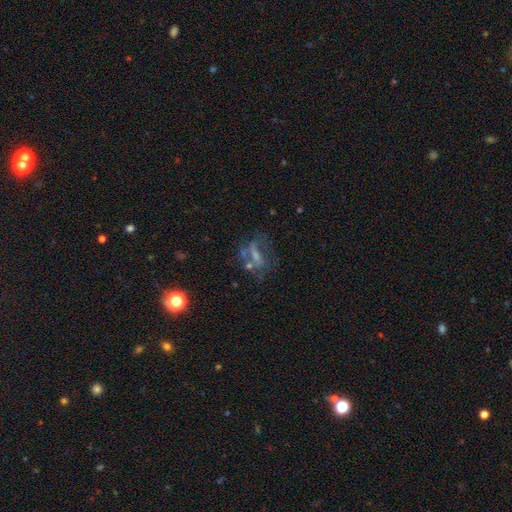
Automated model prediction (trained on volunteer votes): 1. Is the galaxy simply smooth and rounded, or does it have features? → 49% featured or disk, 29% star or artifact, 23% smooth.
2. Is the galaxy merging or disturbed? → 49% none, 23% major disturbance, 17% minor disturbance, 11% merger.